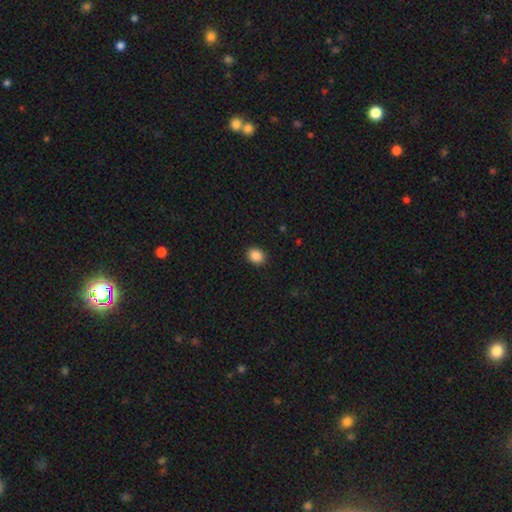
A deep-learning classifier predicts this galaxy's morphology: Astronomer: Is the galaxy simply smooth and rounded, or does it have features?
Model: smooth — 88%.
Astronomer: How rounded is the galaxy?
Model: round — 57% (runner-up: in between, 42%).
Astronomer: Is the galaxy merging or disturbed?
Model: none — 91%.